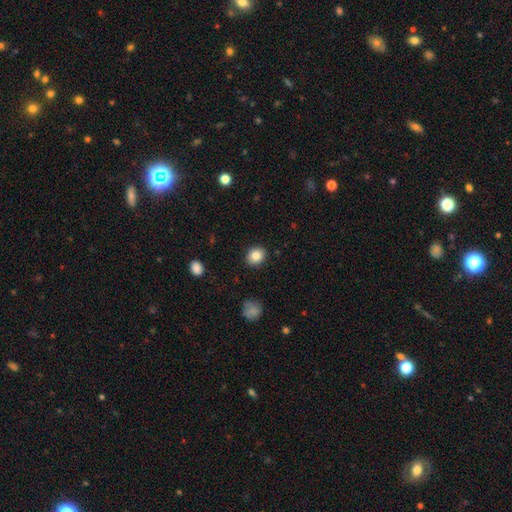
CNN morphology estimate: smooth-or-featured: smooth: 84% | star or artifact: 9% | featured or disk: 6%
  how-rounded: round: 70% | in between: 29% | cigar-shaped: 1%
  merging: none: 90% | minor disturbance: 7% | major disturbance: 2% | merger: 1%